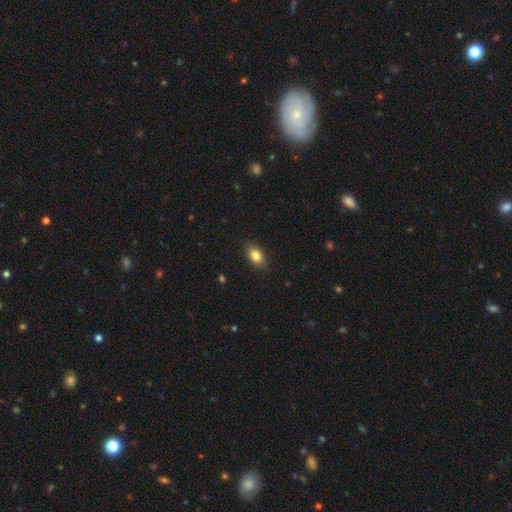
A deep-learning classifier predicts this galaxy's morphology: smooth 84%, star or artifact 8%, featured or disk 7%. Down the decision tree: how rounded — in between (84%); merging — none (86%).